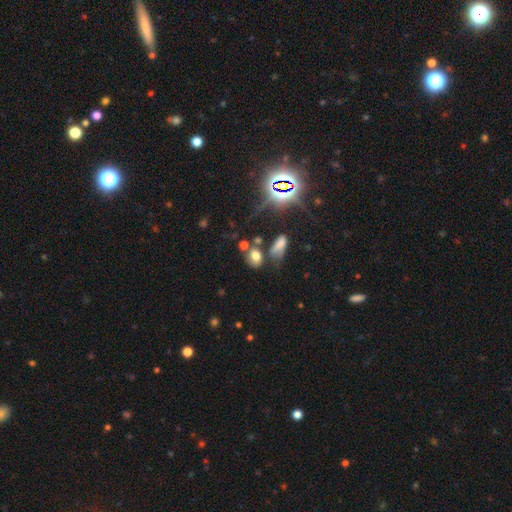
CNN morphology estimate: The model was most divided on "merging": none: 50%, merger: 21%, minor disturbance: 19%, major disturbance: 10%. More confident: smooth or featured — smooth (66%); how rounded — in between (66%).